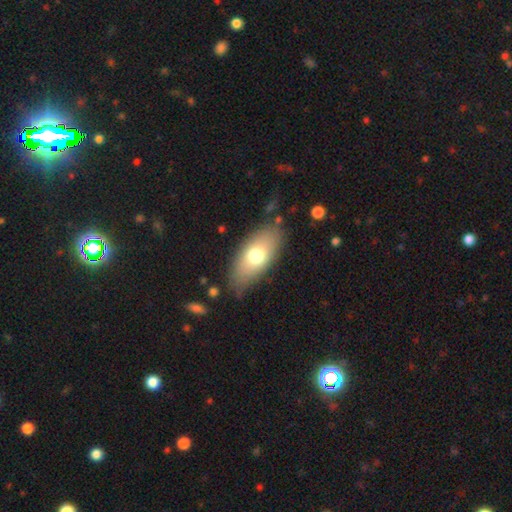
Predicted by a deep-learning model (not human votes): smooth_or_featured: smooth (p=0.70) [alt: featured or disk p=0.23]
how_rounded: in between (p=0.86) [alt: cigar-shaped p=0.10]
merging: none (p=0.80) [alt: minor disturbance p=0.13]